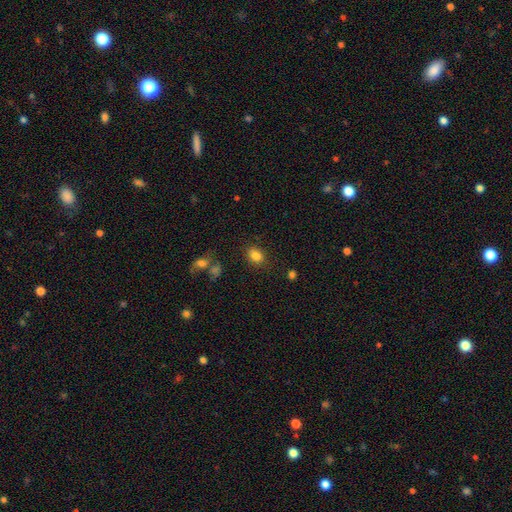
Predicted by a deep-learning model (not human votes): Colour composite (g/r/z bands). It shows a smooth galaxy with no disk features (84%) that is in between round and cigar-shaped (62%). Merging: none (84%).